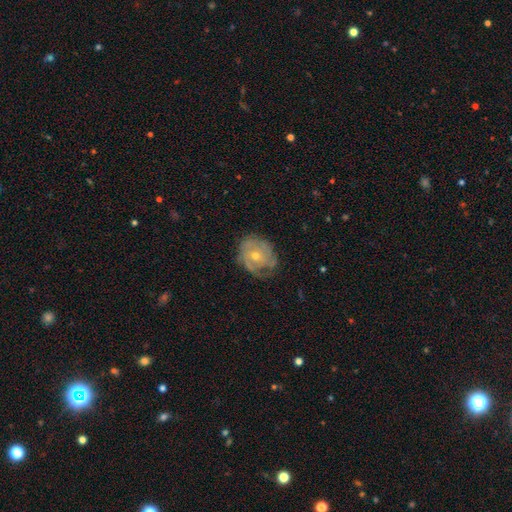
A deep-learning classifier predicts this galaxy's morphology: Smooth or featured? Predicted: featured or disk (p=0.74). Edge-on disk? Predicted: no (p=0.97). Bar? Predicted: no (p=0.78). Spiral arms? Predicted: yes (p=0.85). Spiral winding? Predicted: tight (p=0.62). Spiral arm count? Predicted: can't tell (p=0.38). Bulge size? Predicted: moderate (p=0.49). Merging? Predicted: none (p=0.66).